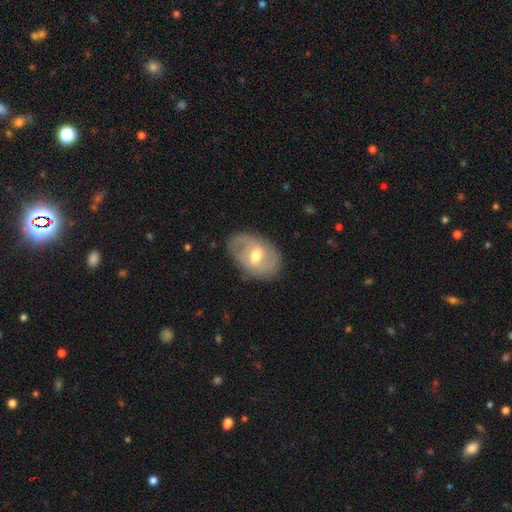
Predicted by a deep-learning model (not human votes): Morphology: type=featured or disk (67%); edge-on=no (94%); bar=weak (53%); spiral arms=yes (76%); bulge=moderate (73%); merging=none (76%).